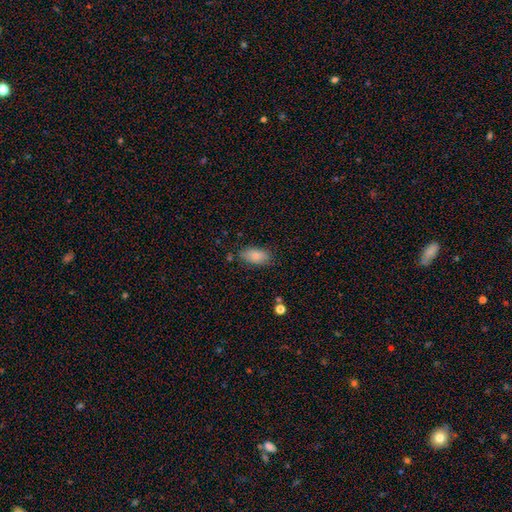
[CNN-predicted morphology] Overall: smooth (86%). How rounded: in between (91%). Merging: none (80%).